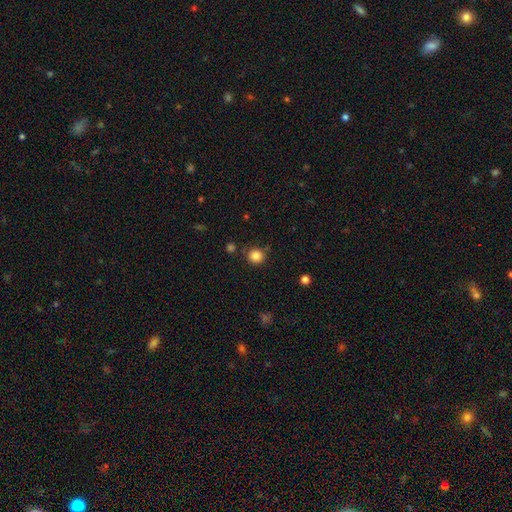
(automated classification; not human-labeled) Smooth or featured: smooth — 85% (star or artifact — 11%)
How rounded: round — 92% (in between — 7%)
Merging: none — 83% (minor disturbance — 10%)